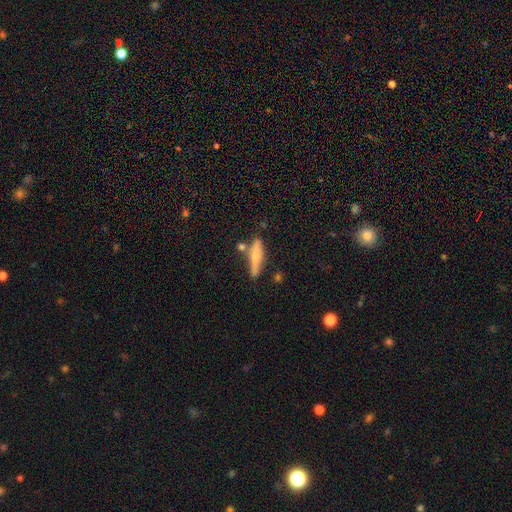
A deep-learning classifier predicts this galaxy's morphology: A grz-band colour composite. It shows a smooth galaxy with no disk features (56%) that is cigar-shaped (81%). Merging: none (72%).